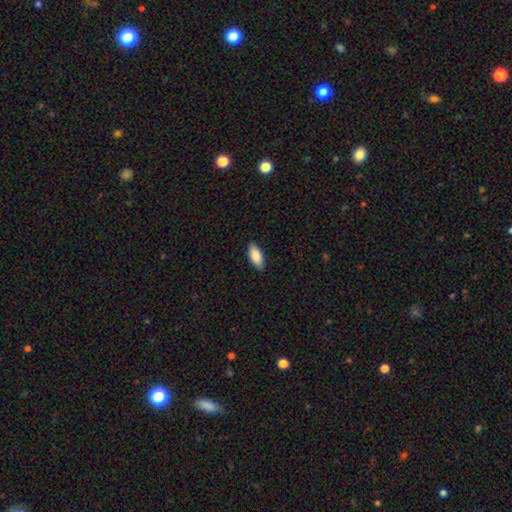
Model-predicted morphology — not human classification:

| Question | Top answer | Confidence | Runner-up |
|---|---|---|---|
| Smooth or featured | smooth | 86% | featured or disk (8%) |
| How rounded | in between | 88% | cigar-shaped (11%) |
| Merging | none | 88% | minor disturbance (9%) |